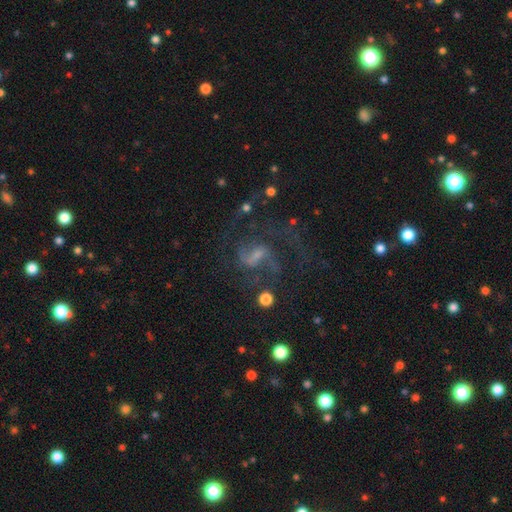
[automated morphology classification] smooth_or_featured: featured or disk (p=0.73) [alt: star or artifact p=0.15]
disk_edge_on: no (p=0.97) [alt: yes p=0.03]
bar: weak (p=0.50) [alt: no p=0.26]
has_spiral_arms: yes (p=0.88) [alt: no p=0.12]
spiral_winding: medium (p=0.47) [alt: loose p=0.38]
spiral_arm_count: 2 (p=0.52) [alt: can't tell p=0.18]
bulge_size: small (p=0.48) [alt: moderate p=0.26]
merging: none (p=0.49) [alt: major disturbance p=0.30]